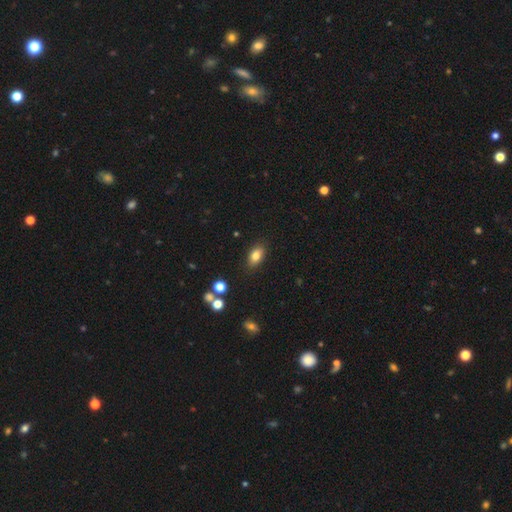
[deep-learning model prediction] Smooth or featured?
  - smooth: 80% *
  - featured or disk: 10%
  - star or artifact: 10%
How rounded?
  - in between: 86% *
  - round: 10%
  - cigar-shaped: 4%
Merging?
  - none: 85% *
  - minor disturbance: 10%
  - major disturbance: 3%
  - merger: 2%